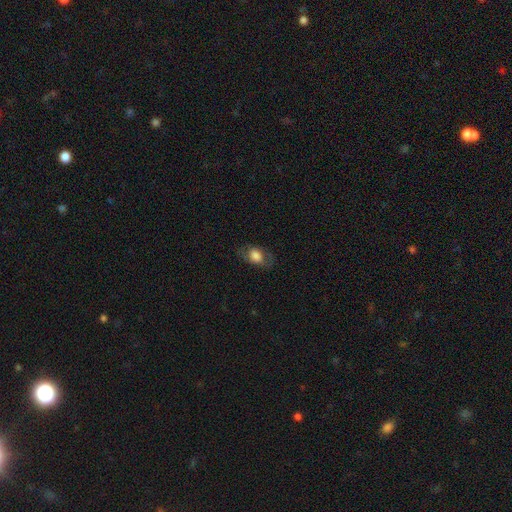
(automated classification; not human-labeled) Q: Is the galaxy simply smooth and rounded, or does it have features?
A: smooth — 65%.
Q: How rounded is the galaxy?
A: in between — 84%.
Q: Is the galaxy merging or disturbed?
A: none — 72%.